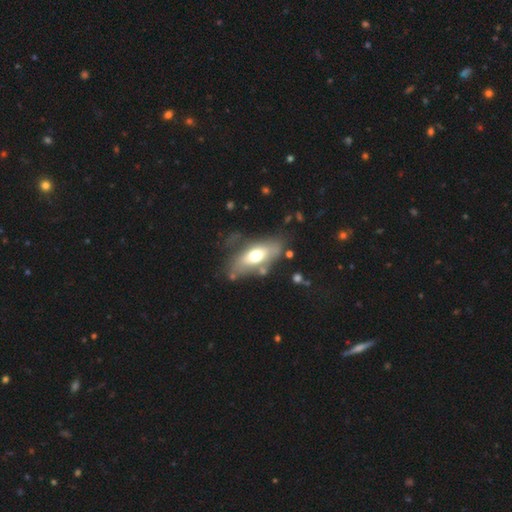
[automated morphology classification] Smooth or featured? Predicted: smooth (p=0.51). How rounded? Predicted: in between (p=0.78). Merging? Predicted: none (p=0.65).